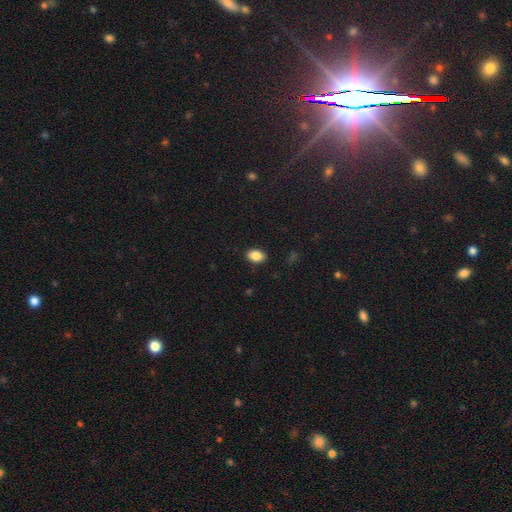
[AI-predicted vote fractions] Smooth or featured? smooth (87%)
How rounded? in between (80%)
Merging? none (88%)